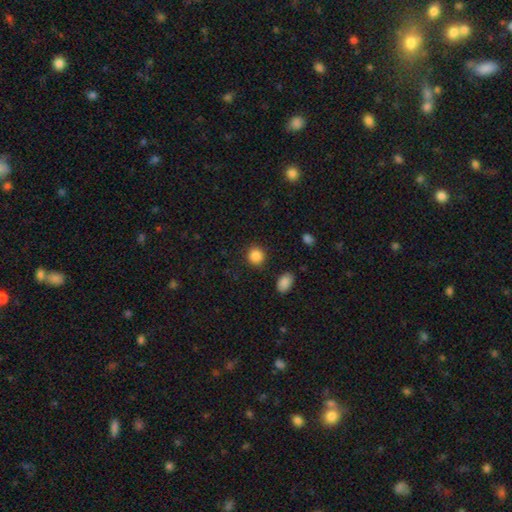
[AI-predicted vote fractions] Smooth or featured: smooth — 87% (star or artifact — 10%)
How rounded: round — 89% (in between — 10%)
Merging: none — 89% (minor disturbance — 7%)